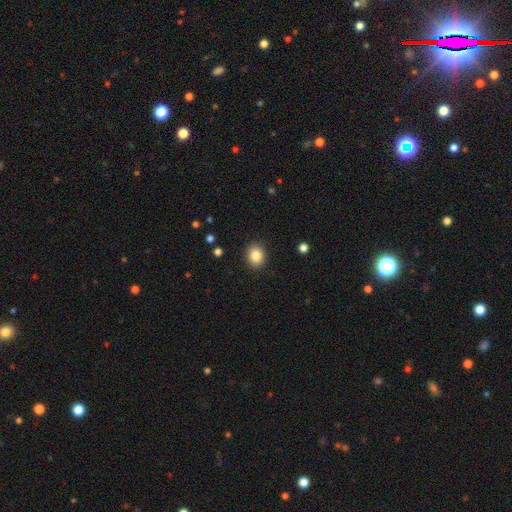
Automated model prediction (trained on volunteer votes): This is clearly a smooth galaxy (85%). How rounded: possibly round (58%). Merging: clearly none (90%).